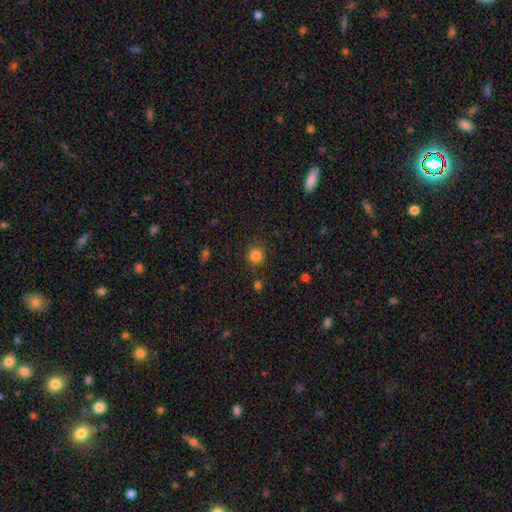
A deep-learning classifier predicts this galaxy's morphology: Smooth or featured? Predicted: smooth (p=0.83). How rounded? Predicted: round (p=0.92). Merging? Predicted: none (p=0.87).